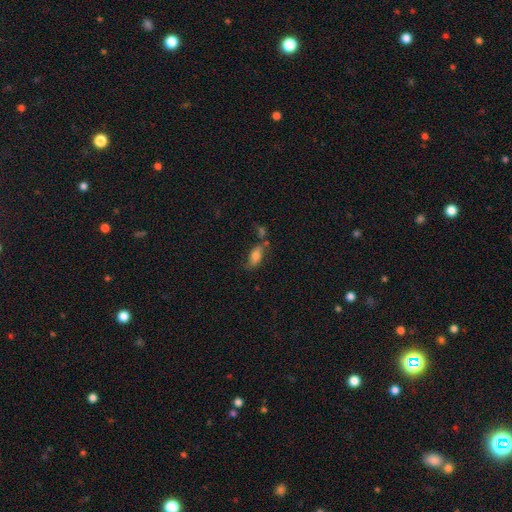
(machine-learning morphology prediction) Smooth or featured: smooth — 71% (featured or disk — 19%)
How rounded: in between — 84% (cigar-shaped — 11%)
Merging: none — 49% (merger — 20%)